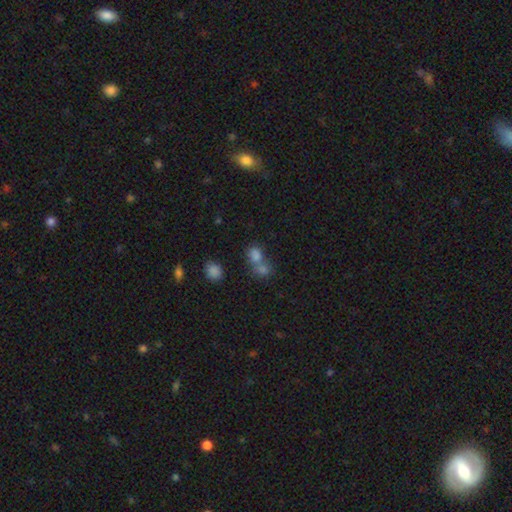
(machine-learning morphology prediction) Smooth or featured? smooth (76%)
How rounded? round (51%)
Merging? merger (59%)